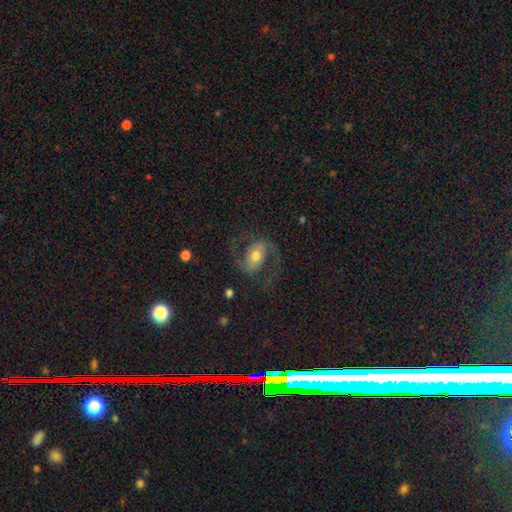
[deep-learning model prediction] smooth-or-featured: featured or disk: 79% | smooth: 14% | star or artifact: 7%
  disk-edge-on: no: 97% | yes: 3%
    bar: weak: 38% | strong: 35% | no: 26%
    has-spiral-arms: yes: 93% | no: 7%
      spiral-winding: medium: 57% | loose: 31% | tight: 12%
      spiral-arm-count: 2: 93% | can't tell: 3% | 1: 2% | 3: 1% | 4: 1% | more than 4: 1%
    bulge-size: moderate: 69% | small: 19% | large: 9% | dominant: 1% | none: 1%
  merging: none: 74% | minor disturbance: 13% | major disturbance: 12% | merger: 1%